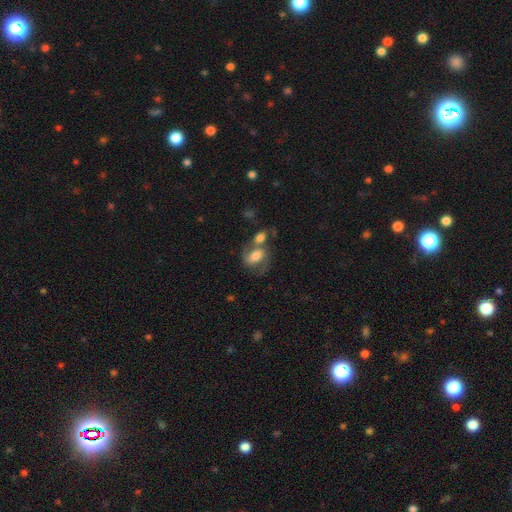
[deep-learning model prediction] Smooth or featured: featured or disk — 52% (smooth — 39%)
Edge-on disk: no — 96% (yes — 4%)
Bar: no — 39% (tied with weak — 39%)
Spiral arms: yes — 83% (no — 17%)
Bulge size: moderate — 51% (large — 28%)
Merging: merger — 44% (none — 33%)